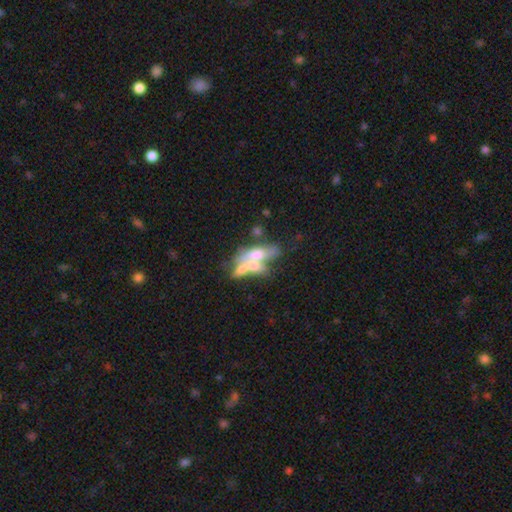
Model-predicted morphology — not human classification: smooth-or-featured: featured or disk: 53% | smooth: 35% | star or artifact: 12%
  disk-edge-on: no: 83% | yes: 17%
  merging: merger: 61% | none: 17% | major disturbance: 13% | minor disturbance: 9%